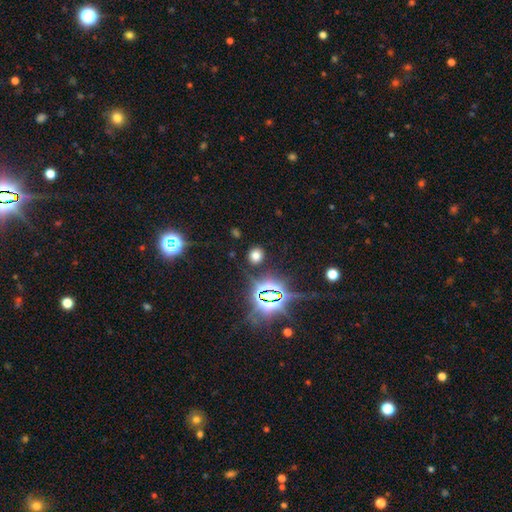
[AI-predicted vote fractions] The model was most divided on "smooth or featured": smooth: 63%, star or artifact: 30%, featured or disk: 7%. More confident: merging — none (88%); how rounded — round (73%).